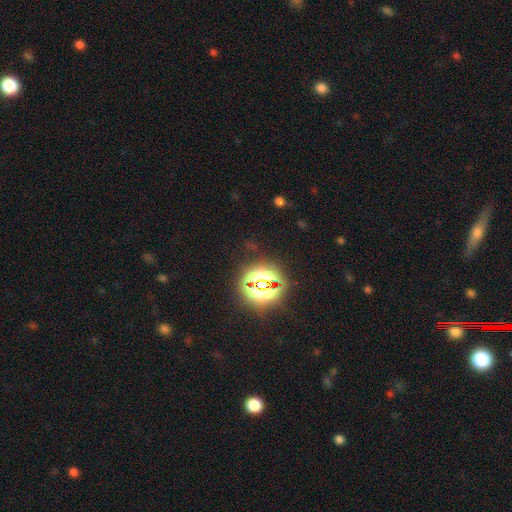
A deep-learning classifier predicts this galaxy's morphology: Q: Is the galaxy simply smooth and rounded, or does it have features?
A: star or artifact — 79%.